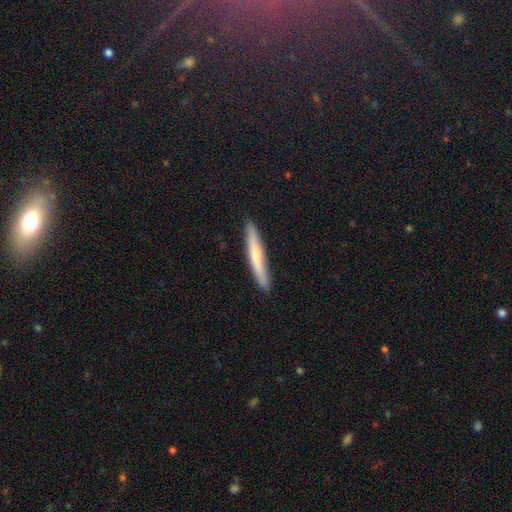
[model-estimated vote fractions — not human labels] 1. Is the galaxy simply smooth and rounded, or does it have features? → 62% smooth, 32% featured or disk, 6% star or artifact.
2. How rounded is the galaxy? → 95% cigar-shaped, 4% in between, 1% round.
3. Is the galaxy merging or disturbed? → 90% none, 8% minor disturbance, 1% major disturbance, 1% merger.